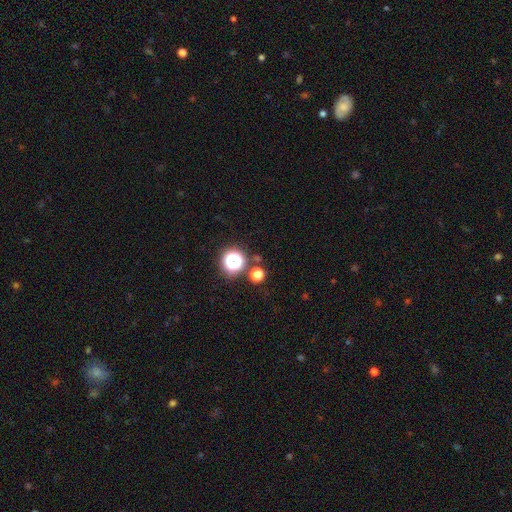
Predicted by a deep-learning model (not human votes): Smooth or featured? Predicted: star or artifact (p=0.67).